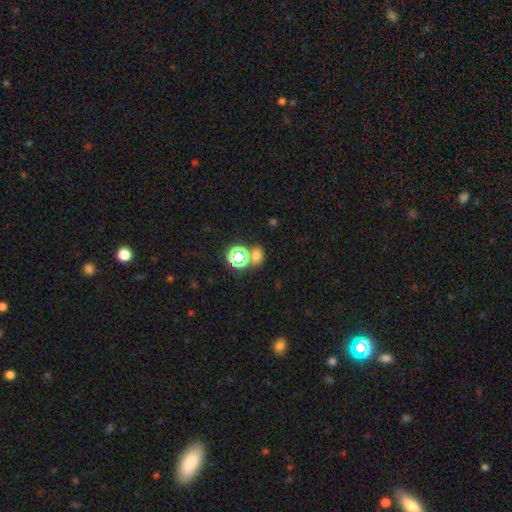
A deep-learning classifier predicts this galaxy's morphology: This is possibly a smooth galaxy (57%). How rounded: possibly round (55%). Merging: likely none (64%).